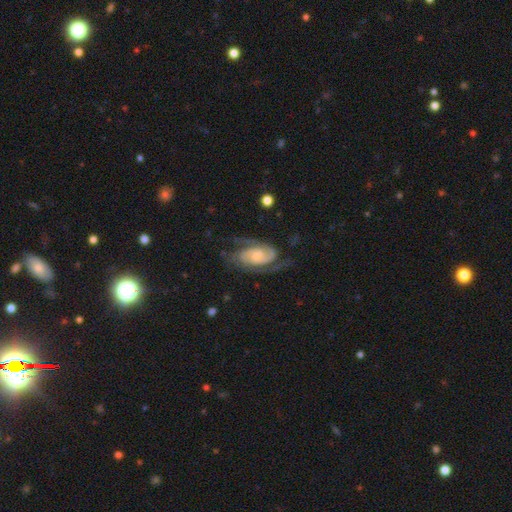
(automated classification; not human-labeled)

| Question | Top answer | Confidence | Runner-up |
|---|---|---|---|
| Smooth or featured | featured or disk | 87% | smooth (7%) |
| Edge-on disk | no | 97% | yes (3%) |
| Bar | no | 53% | weak (37%) |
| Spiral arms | yes | 97% | no (3%) |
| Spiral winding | tight | 45% | medium (44%) |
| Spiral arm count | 2 | 82% | can't tell (6%) |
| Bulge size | small | 42% | moderate (32%) |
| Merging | none | 68% | minor disturbance (18%) |